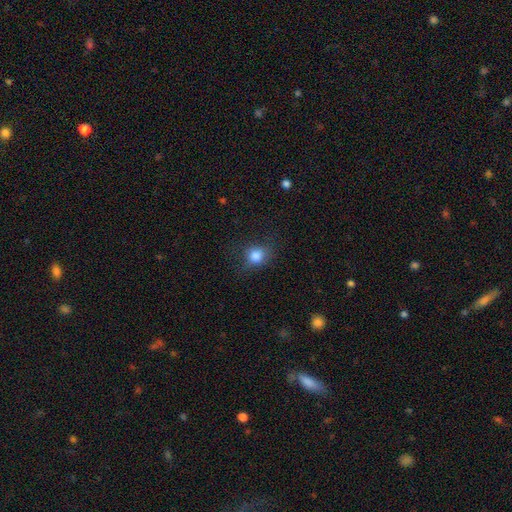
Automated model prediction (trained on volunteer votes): Q: Smooth or featured?
A: smooth (83%); runner-up: star or artifact (11%)
Q: How rounded?
A: round (75%); runner-up: in between (24%)
Q: Merging?
A: none (74%); runner-up: minor disturbance (17%)